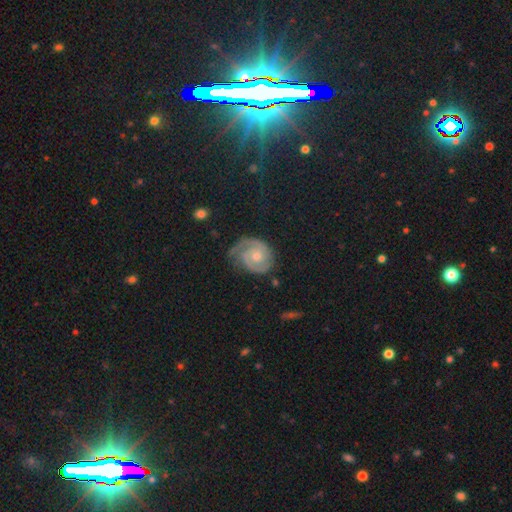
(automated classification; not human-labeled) featured or disk 84%, smooth 10%, star or artifact 6%. Down the decision tree: edge-on disk — no (98%); bar — no (69%); spiral arms — yes (97%); spiral arm count — 2 (67%); spiral winding — tight (63%); bulge size — moderate (54%); merging — none (63%).